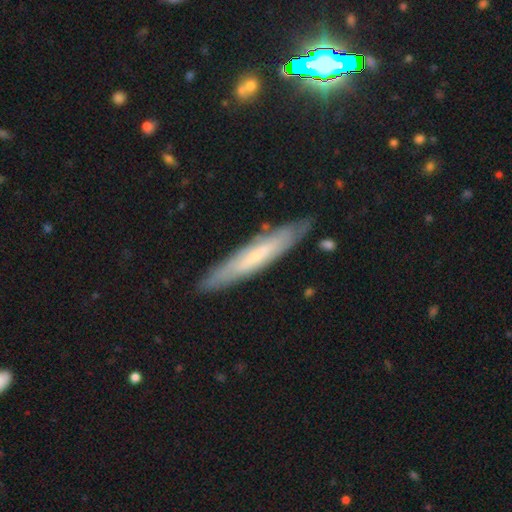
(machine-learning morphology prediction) Smooth or featured? Predicted: featured or disk (p=0.52). Edge-on disk? Predicted: yes (p=0.73). Merging? Predicted: none (p=0.85).